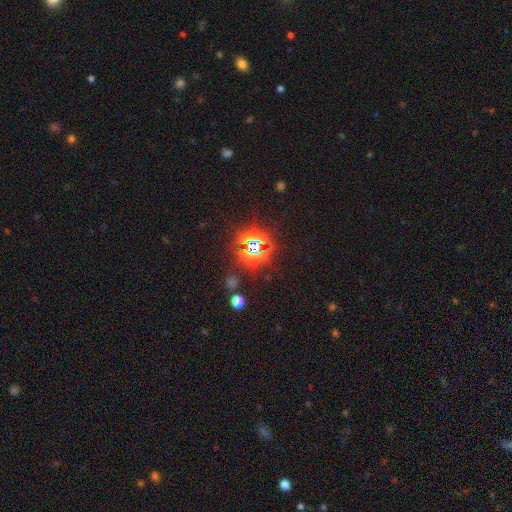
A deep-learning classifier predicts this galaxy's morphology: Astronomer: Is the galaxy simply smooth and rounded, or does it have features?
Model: star or artifact — 75%.